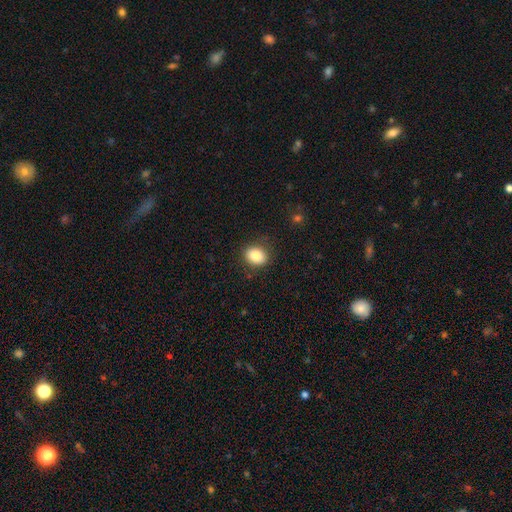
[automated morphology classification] smooth-or-featured: smooth: 86% | star or artifact: 9% | featured or disk: 5%
  how-rounded: in between: 62% | round: 37% | cigar-shaped: 1%
  merging: none: 86% | minor disturbance: 10% | major disturbance: 3% | merger: 1%